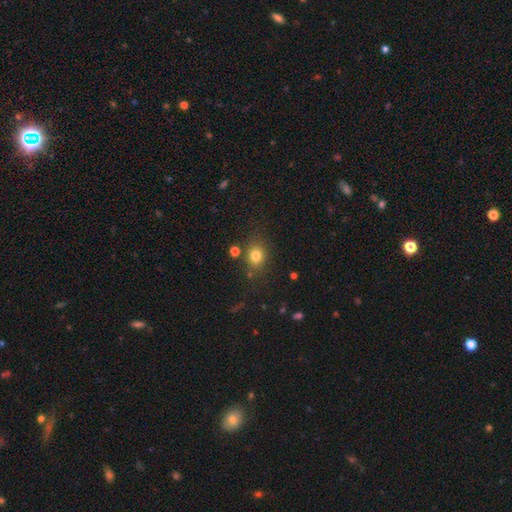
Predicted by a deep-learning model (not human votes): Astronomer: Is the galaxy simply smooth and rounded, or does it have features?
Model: smooth — 79%.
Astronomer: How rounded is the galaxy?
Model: round — 66%.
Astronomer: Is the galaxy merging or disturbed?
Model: none — 77%.